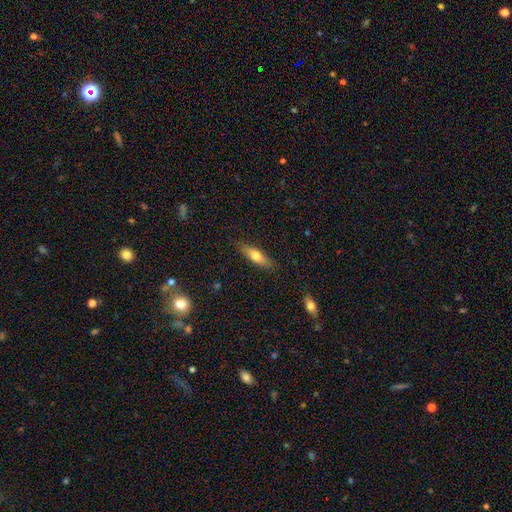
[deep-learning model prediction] The model was most divided on "how rounded": cigar-shaped: 61%, in between: 37%, round: 2%. More confident: merging — none (86%); smooth or featured — smooth (67%).